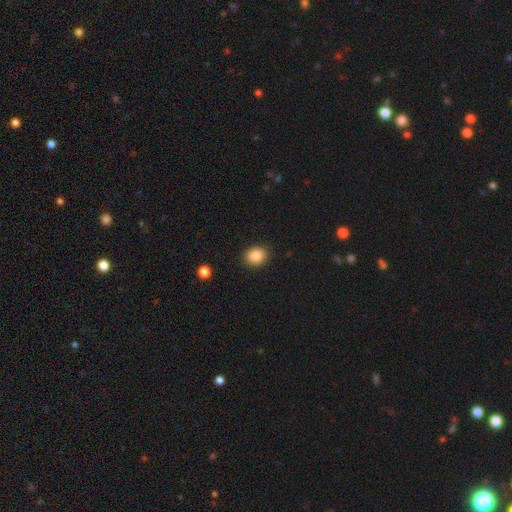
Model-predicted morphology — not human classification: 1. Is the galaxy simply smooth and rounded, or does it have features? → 86% smooth, 9% star or artifact, 5% featured or disk.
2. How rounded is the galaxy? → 61% round, 38% in between, 1% cigar-shaped.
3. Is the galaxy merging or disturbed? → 90% none, 7% minor disturbance, 2% major disturbance, 1% merger.